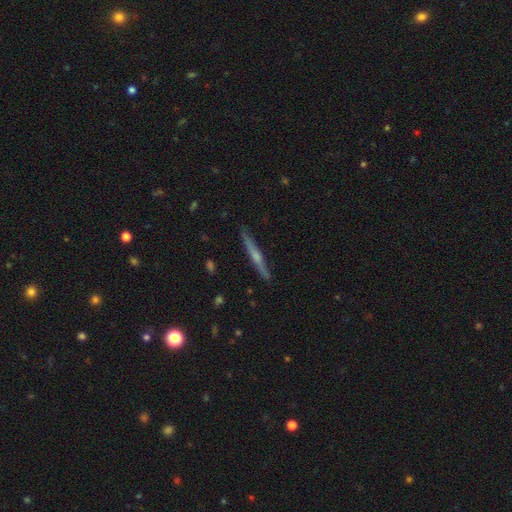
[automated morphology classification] Smooth or featured? featured or disk (67%)
Edge-on disk? yes (98%)
Edge-on bulge? rounded (70%)
Merging? none (89%)